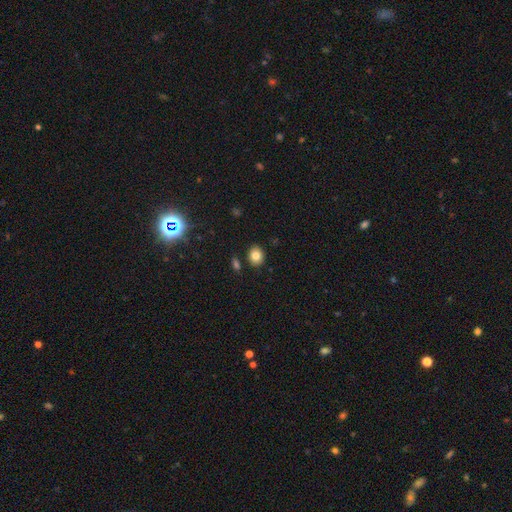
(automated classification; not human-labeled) smooth 81%, star or artifact 11%, featured or disk 8%. Down the decision tree: how rounded — round (60%); merging — none (85%).